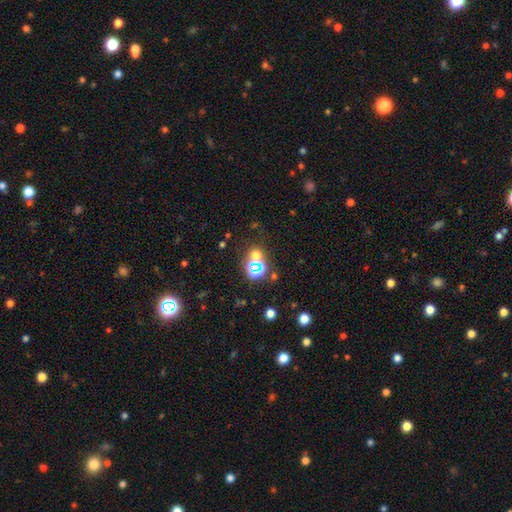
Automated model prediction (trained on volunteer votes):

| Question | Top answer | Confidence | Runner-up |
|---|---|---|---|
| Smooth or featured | star or artifact | 52% | smooth (39%) |